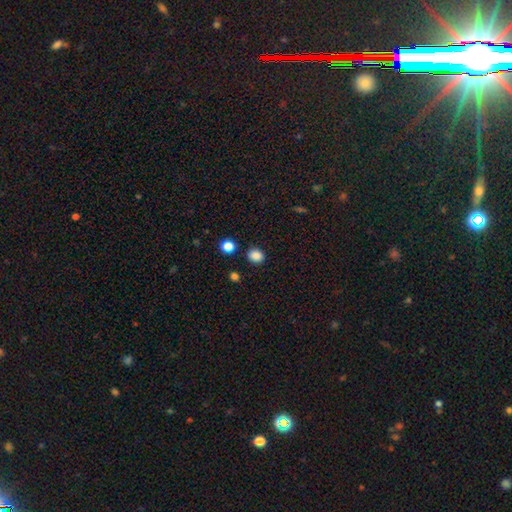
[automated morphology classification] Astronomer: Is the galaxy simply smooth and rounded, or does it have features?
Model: smooth — 85%.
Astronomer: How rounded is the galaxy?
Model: round — 66%.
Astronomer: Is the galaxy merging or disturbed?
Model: none — 86%.